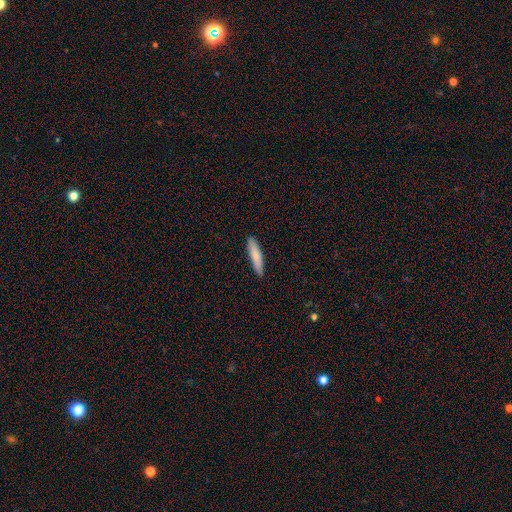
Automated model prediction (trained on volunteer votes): smooth 77%, featured or disk 17%, star or artifact 5%. Down the decision tree: how rounded — cigar-shaped (84%); merging — none (89%).